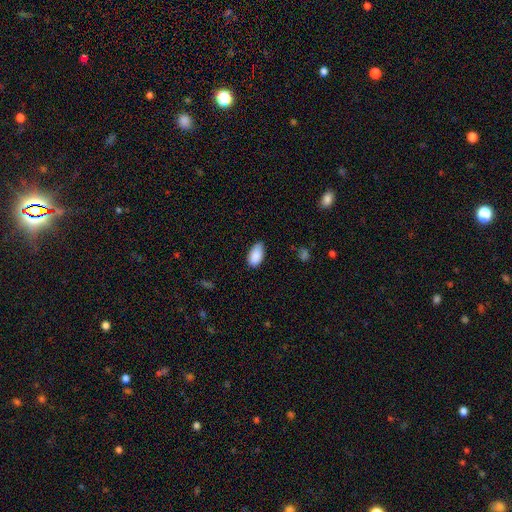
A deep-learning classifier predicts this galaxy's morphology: A smooth galaxy with no disk features (89%) that is in between round and cigar-shaped (94%). Merging: none (66%).